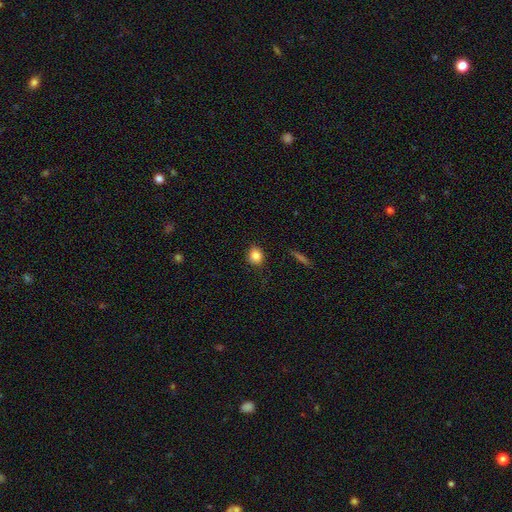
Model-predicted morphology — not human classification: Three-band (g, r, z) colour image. It shows a smooth galaxy with no disk features (85%) that is round (62%). Merging: none (84%).